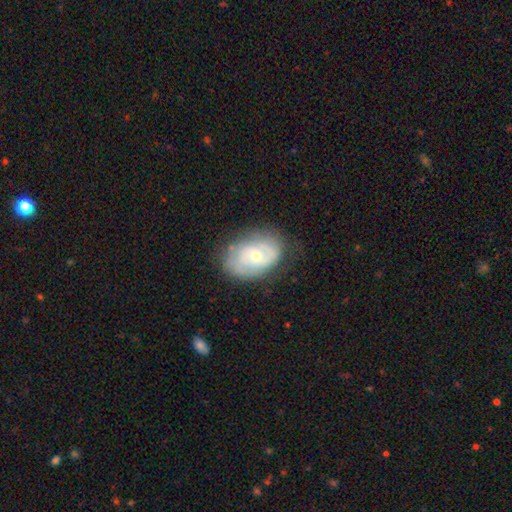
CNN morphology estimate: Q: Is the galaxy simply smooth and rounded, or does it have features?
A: featured or disk — 65%.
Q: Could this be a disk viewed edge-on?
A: no — 95%.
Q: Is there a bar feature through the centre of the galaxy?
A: no — 77%.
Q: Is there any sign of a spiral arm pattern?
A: yes — 68%.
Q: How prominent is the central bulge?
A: small — 54%.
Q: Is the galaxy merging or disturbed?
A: none — 69%.